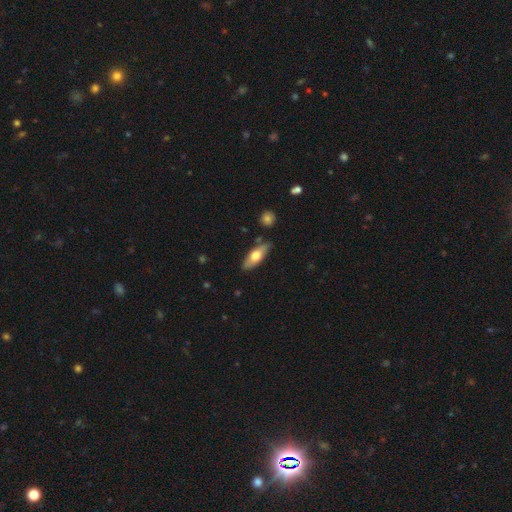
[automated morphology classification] This is likely a smooth galaxy (61%). How rounded: likely in between (69%). Merging: likely none (80%).